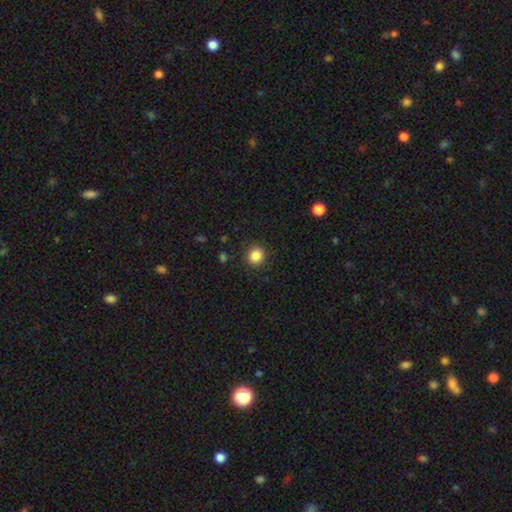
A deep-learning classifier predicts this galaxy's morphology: A smooth galaxy with no disk features (86%) that is round (89%). Merging: none (90%).